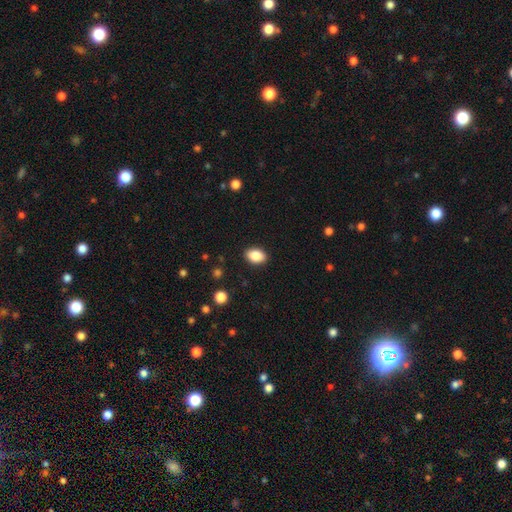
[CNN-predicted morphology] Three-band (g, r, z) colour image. It shows a smooth galaxy with no disk features (87%) that is in between round and cigar-shaped (85%). Merging: none (89%).